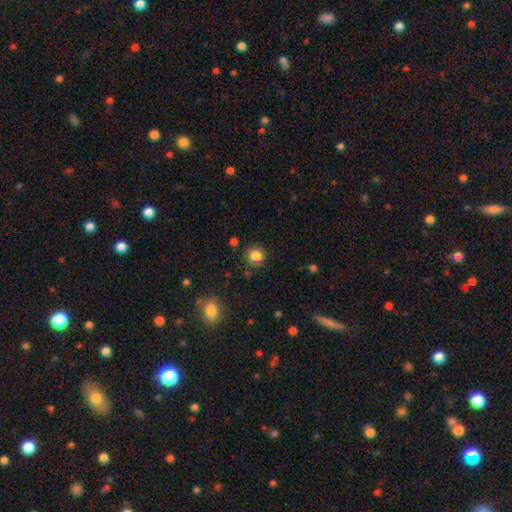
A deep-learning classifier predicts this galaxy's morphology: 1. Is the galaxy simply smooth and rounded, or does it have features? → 81% smooth, 12% star or artifact, 6% featured or disk.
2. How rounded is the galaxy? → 81% round, 18% in between, 1% cigar-shaped.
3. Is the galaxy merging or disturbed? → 76% none, 15% minor disturbance, 4% merger, 4% major disturbance.